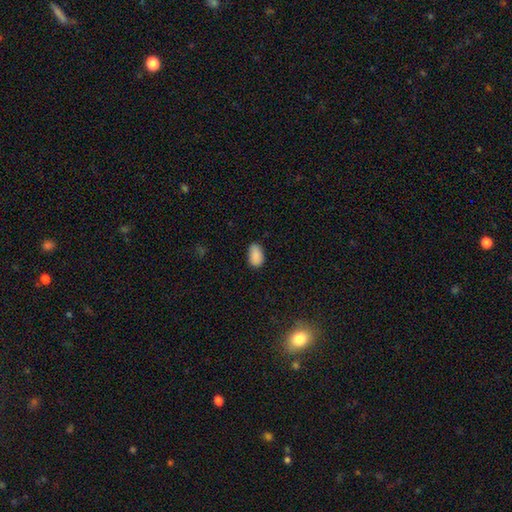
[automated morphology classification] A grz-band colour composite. It shows a smooth galaxy with no disk features (89%) that is in between round and cigar-shaped (93%). Merging: none (79%).